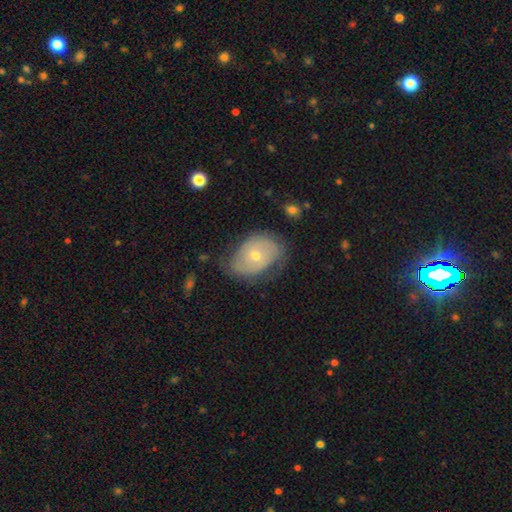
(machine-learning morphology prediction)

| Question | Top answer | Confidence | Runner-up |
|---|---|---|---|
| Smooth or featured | featured or disk | 60% | smooth (32%) |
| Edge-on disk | no | 95% | yes (5%) |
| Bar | no | 81% | weak (15%) |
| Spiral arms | yes | 69% | no (31%) |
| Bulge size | small | 53% | moderate (44%) |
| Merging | none | 59% | minor disturbance (28%) |